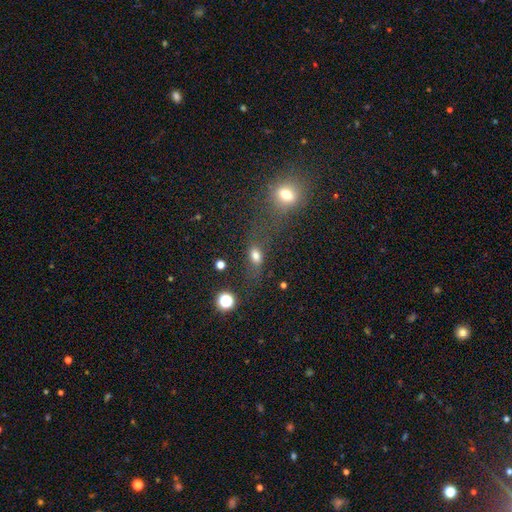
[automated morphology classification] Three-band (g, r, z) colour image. It shows a smooth galaxy with no disk features (73%) that is in between round and cigar-shaped (73%). Merging: none (55%).